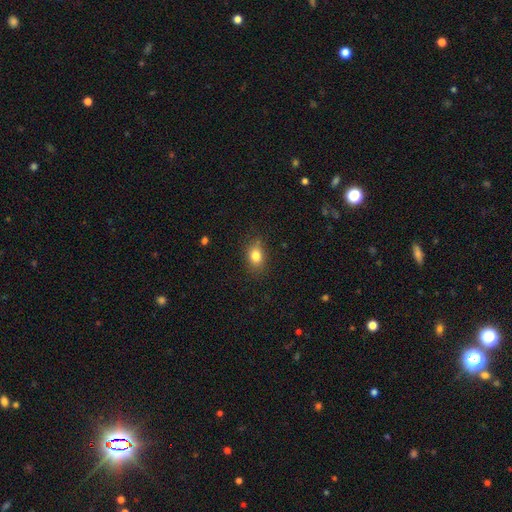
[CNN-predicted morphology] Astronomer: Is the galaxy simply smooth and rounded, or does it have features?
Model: smooth — 81%.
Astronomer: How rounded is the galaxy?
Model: in between — 70%.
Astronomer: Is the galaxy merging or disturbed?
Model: none — 78%.